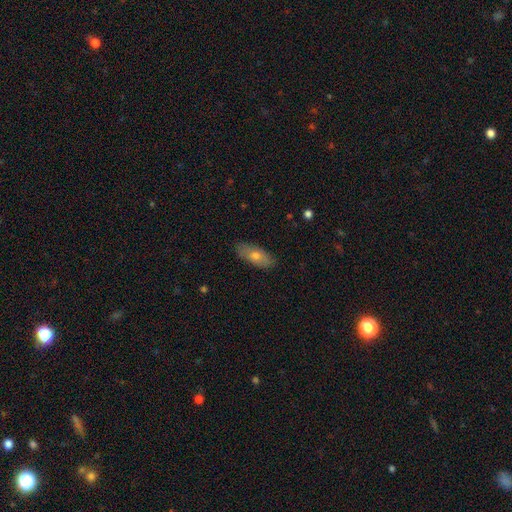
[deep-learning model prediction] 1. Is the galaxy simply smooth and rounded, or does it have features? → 62% smooth, 31% featured or disk, 7% star or artifact.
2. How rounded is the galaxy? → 81% in between, 16% cigar-shaped, 3% round.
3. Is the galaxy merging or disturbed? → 85% none, 12% minor disturbance, 2% major disturbance, 1% merger.